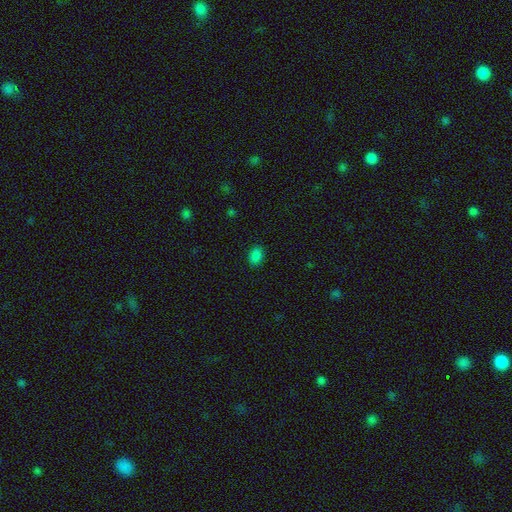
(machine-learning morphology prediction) Smooth or featured? smooth (83%)
How rounded? in between (78%)
Merging? none (87%)